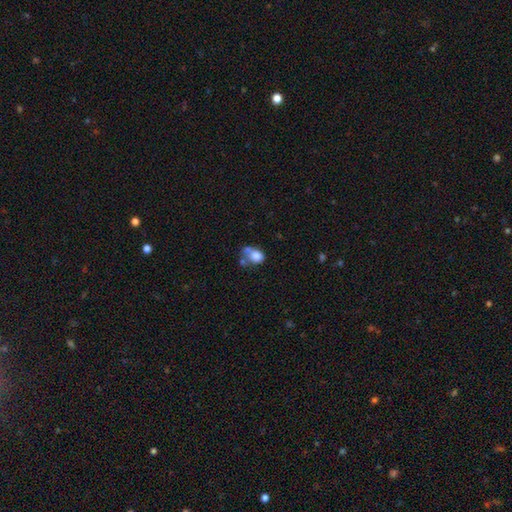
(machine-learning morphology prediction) A smooth galaxy with no disk features (75%) that is in between round and cigar-shaped (55%). Merging: merger (35%).